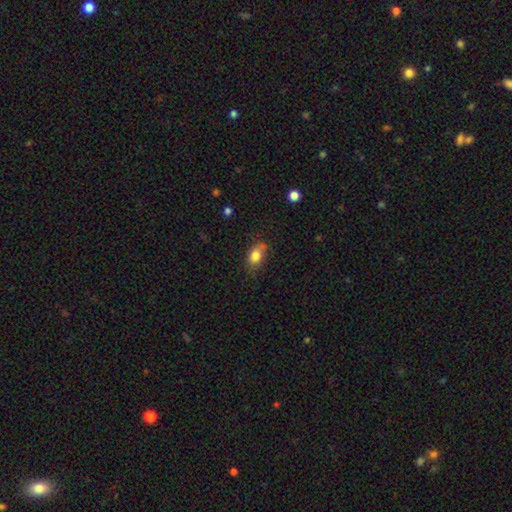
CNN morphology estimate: Smooth or featured? smooth (82%)
How rounded? in between (80%)
Merging? none (63%)